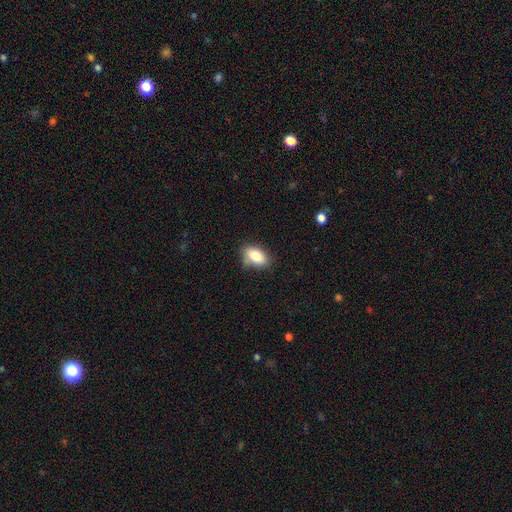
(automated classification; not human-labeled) smooth_or_featured: smooth (p=0.83) [alt: featured or disk p=0.09]
how_rounded: in between (p=0.90) [alt: round p=0.07]
merging: none (p=0.66) [alt: minor disturbance p=0.25]